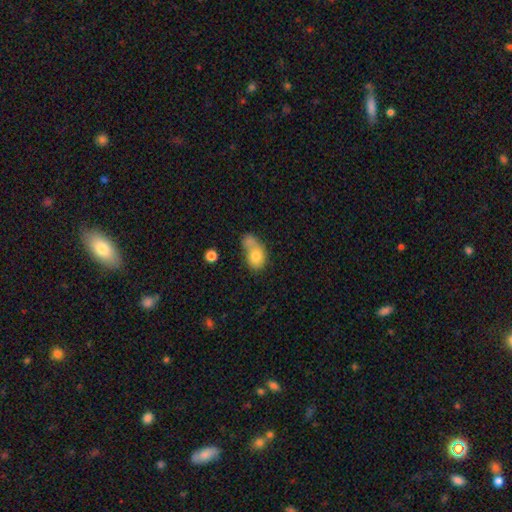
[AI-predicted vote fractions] smooth_or_featured: smooth (p=0.75) [alt: featured or disk p=0.16]
how_rounded: in between (p=0.70) [alt: round p=0.28]
merging: merger (p=0.51) [alt: none p=0.25]